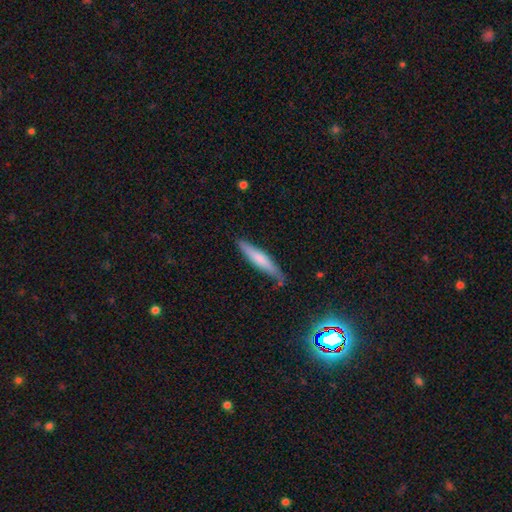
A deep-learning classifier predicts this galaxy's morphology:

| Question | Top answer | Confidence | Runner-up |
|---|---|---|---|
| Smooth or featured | smooth | 57% | featured or disk (36%) |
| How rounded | cigar-shaped | 90% | in between (8%) |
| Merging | none | 76% | minor disturbance (19%) |